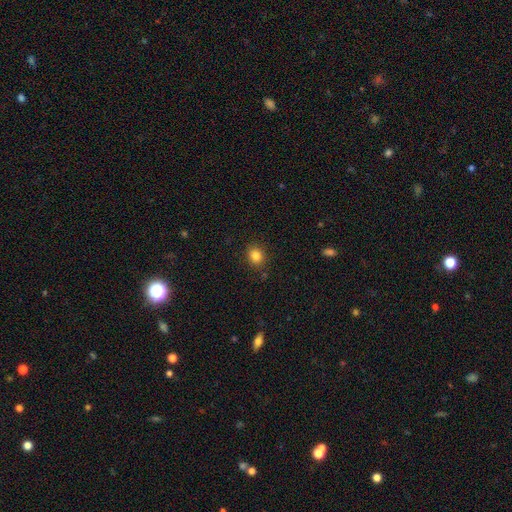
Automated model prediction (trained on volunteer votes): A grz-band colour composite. It shows a smooth galaxy with no disk features (83%) that is round (70%). Merging: none (87%).